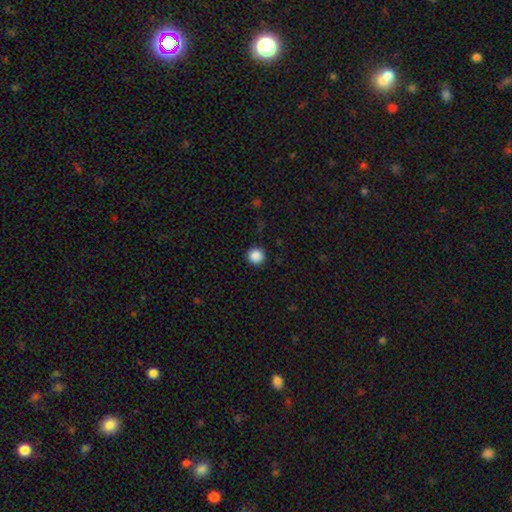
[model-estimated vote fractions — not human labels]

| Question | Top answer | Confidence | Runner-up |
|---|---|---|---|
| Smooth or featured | smooth | 88% | star or artifact (9%) |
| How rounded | round | 95% | in between (4%) |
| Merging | none | 92% | minor disturbance (5%) |